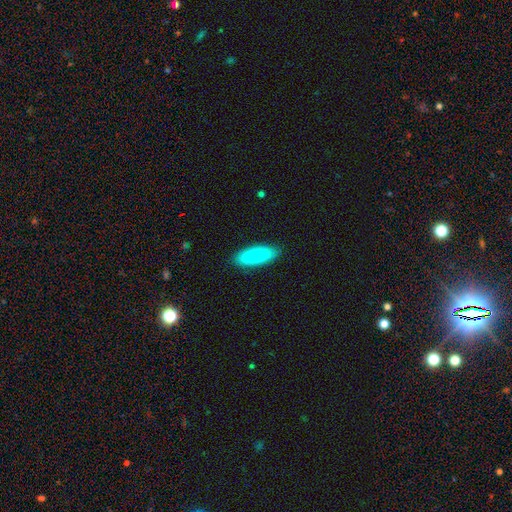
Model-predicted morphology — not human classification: This appears to be a smooth galaxy with no disk features (76%) that is in between round and cigar-shaped (77%). Merging: none (88%).